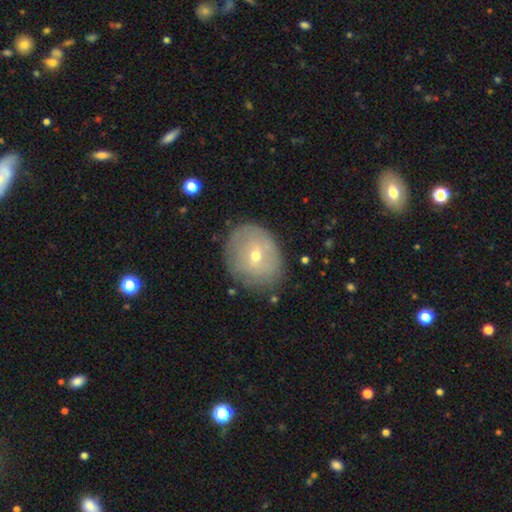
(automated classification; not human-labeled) Smooth or featured? smooth (47%)
Merging? none (74%)